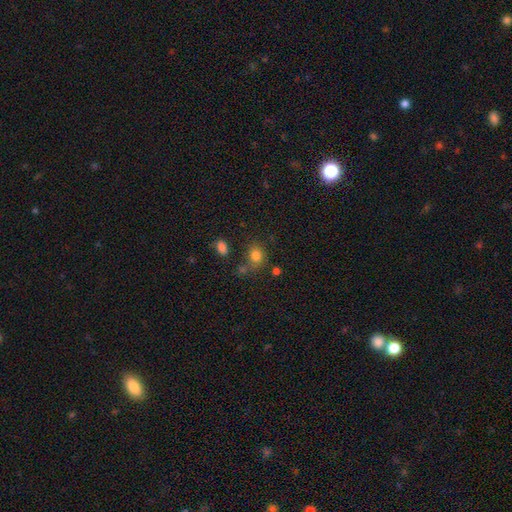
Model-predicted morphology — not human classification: type=smooth (80%); roundness=round (63%); merging=none (60%).